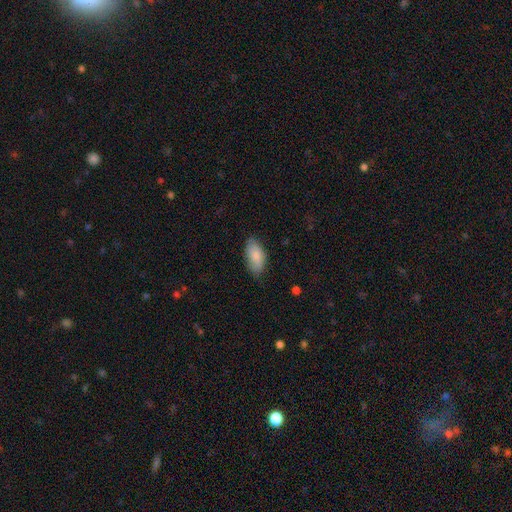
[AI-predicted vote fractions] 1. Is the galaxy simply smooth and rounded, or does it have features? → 83% smooth, 11% featured or disk, 6% star or artifact.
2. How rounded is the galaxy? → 93% in between, 4% cigar-shaped, 3% round.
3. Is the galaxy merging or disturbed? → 73% none, 23% minor disturbance, 4% major disturbance, 1% merger.